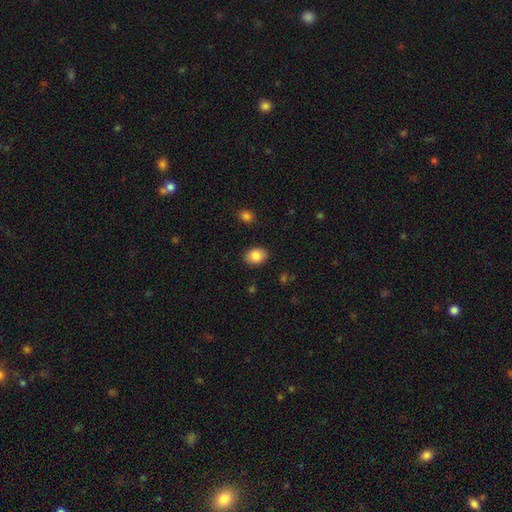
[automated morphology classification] A smooth galaxy with no disk features (87%) that is in between round and cigar-shaped (73%).

Vote fractions:
- Smooth or featured? smooth: 87% / star or artifact: 8% / featured or disk: 5%
- How rounded? in between: 73% / round: 26% / cigar-shaped: 1%
- Merging? none: 87% / minor disturbance: 9% / major disturbance: 3% / merger: 1%